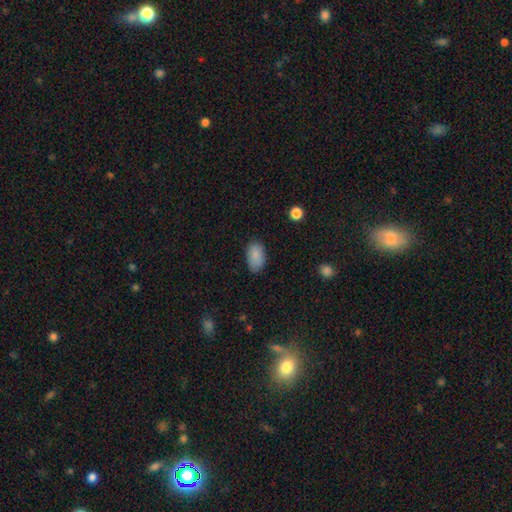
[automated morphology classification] smooth_or_featured: smooth (p=0.86) [alt: star or artifact p=0.08]
how_rounded: in between (p=0.92) [alt: round p=0.07]
merging: none (p=0.79) [alt: minor disturbance p=0.16]